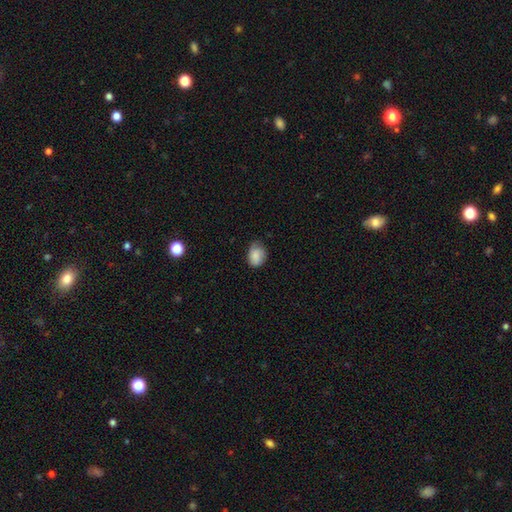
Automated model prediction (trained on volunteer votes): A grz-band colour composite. It shows a smooth galaxy with no disk features (84%) that is in between round and cigar-shaped (67%). Merging: none (59%).